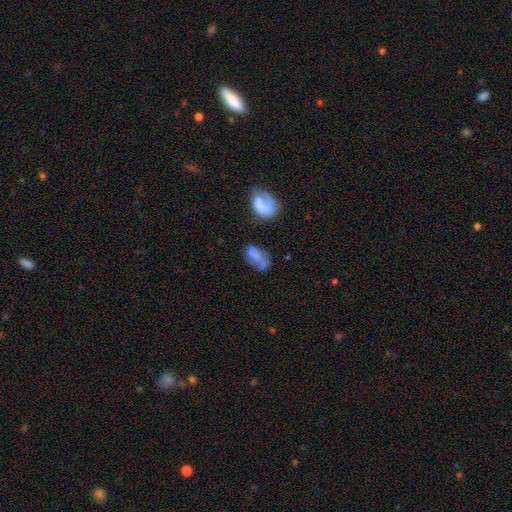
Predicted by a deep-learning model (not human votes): Q: Smooth or featured?
A: smooth (60%); runner-up: featured or disk (29%)
Q: How rounded?
A: in between (87%); runner-up: round (7%)
Q: Merging?
A: none (33%); runner-up: major disturbance (26%)